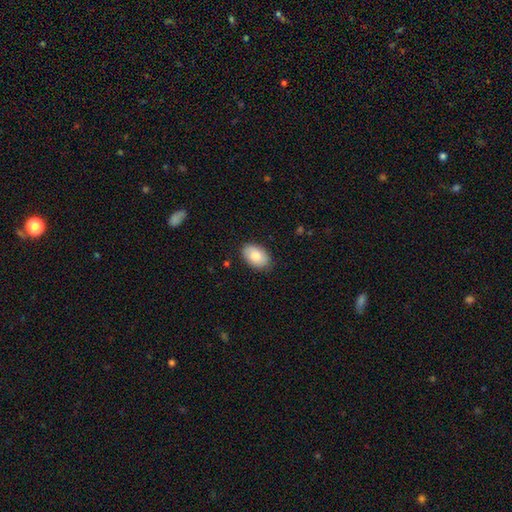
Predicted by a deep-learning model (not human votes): smooth_or_featured: smooth (p=0.85) [alt: featured or disk p=0.09]
how_rounded: in between (p=0.91) [alt: round p=0.08]
merging: none (p=0.85) [alt: minor disturbance p=0.12]